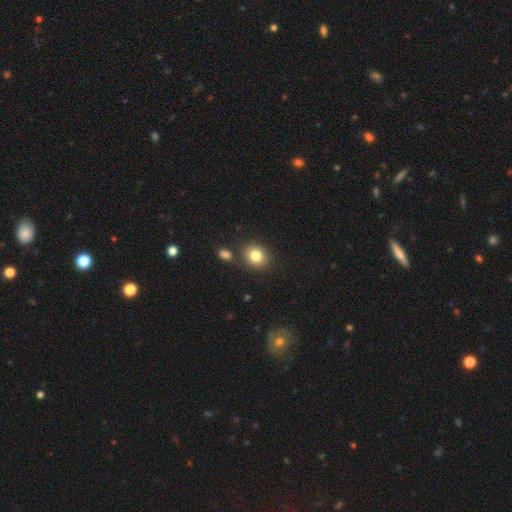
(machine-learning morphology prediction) smooth-or-featured: smooth: 82% | star or artifact: 10% | featured or disk: 8%
  how-rounded: round: 64% | in between: 35% | cigar-shaped: 1%
  merging: none: 79% | minor disturbance: 10% | merger: 8% | major disturbance: 3%